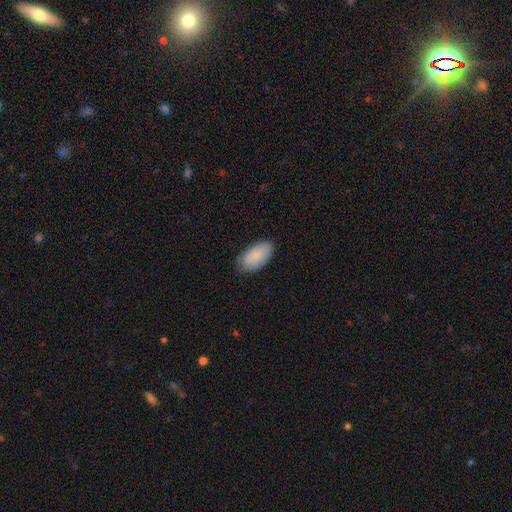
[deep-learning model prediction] A smooth galaxy with no disk features (88%) that is in between round and cigar-shaped (95%).

Vote fractions:
- Smooth or featured? smooth: 88% / star or artifact: 6% / featured or disk: 6%
- How rounded? in between: 95% / cigar-shaped: 3% / round: 2%
- Merging? none: 81% / minor disturbance: 15% / major disturbance: 3% / merger: 1%